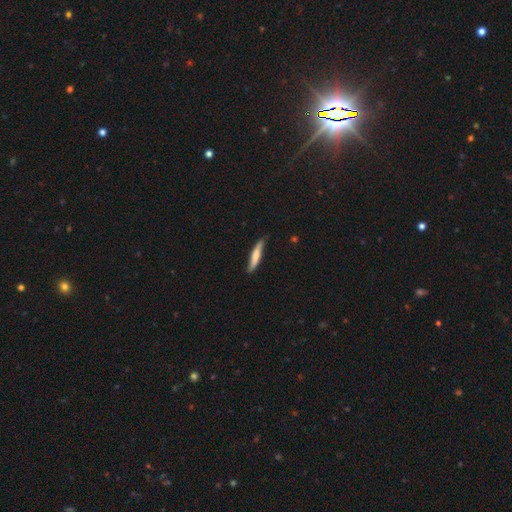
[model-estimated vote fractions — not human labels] This appears to be a smooth galaxy with no disk features (61%) that is cigar-shaped (89%). Merging: none (74%).